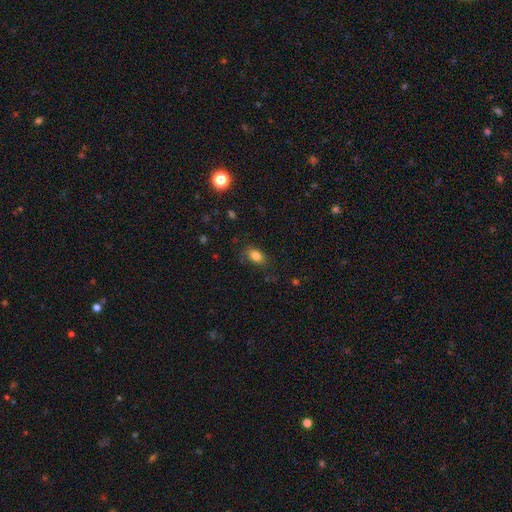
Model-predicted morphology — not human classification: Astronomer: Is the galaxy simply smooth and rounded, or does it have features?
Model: smooth — 83%.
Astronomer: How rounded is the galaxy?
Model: in between — 83%.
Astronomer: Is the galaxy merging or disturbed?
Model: none — 77%.